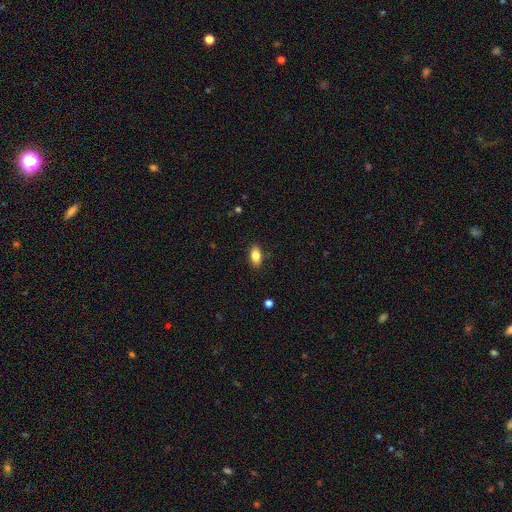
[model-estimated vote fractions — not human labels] Smooth or featured?
  - smooth: 84% *
  - featured or disk: 8%
  - star or artifact: 8%
How rounded?
  - in between: 90% *
  - cigar-shaped: 5%
  - round: 5%
Merging?
  - none: 87% *
  - minor disturbance: 9%
  - major disturbance: 2%
  - merger: 1%